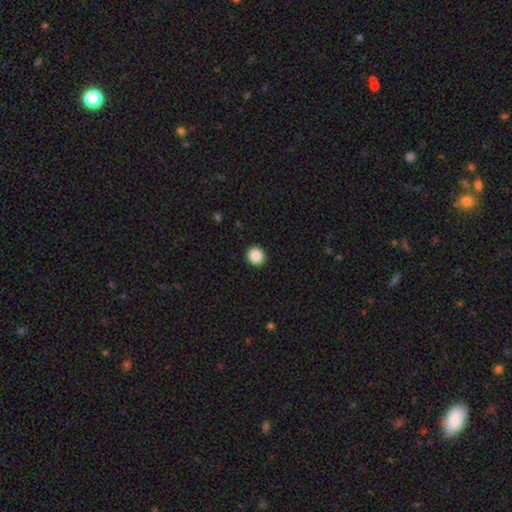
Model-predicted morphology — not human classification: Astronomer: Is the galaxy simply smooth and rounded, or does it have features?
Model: smooth — 88%.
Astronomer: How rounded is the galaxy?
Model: round — 90%.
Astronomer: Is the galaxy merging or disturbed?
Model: none — 93%.